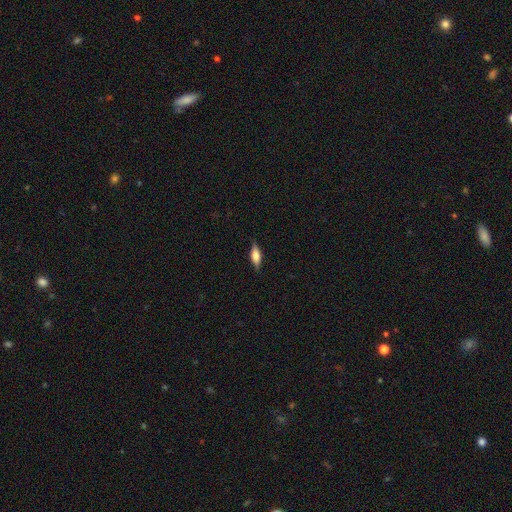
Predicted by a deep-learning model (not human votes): Smooth or featured? Predicted: smooth (p=0.51). How rounded? Predicted: in between (p=0.59). Merging? Predicted: none (p=0.85).